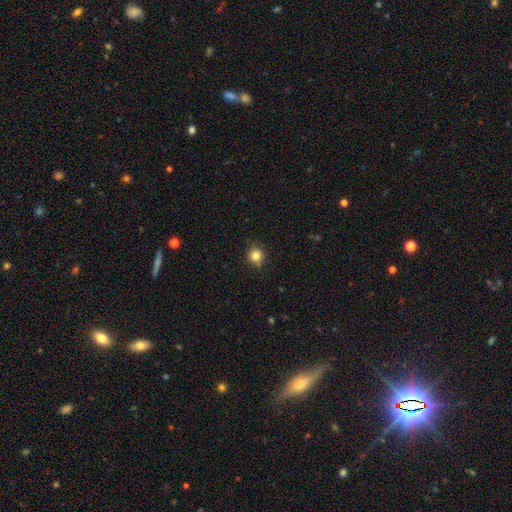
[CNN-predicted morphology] Overall: smooth (82%). How rounded: round (86%). Merging: none (84%).